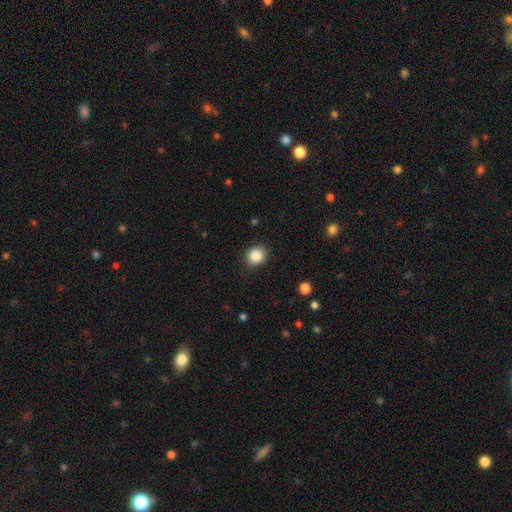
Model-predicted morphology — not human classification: Smooth or featured? smooth (86%)
How rounded? round (68%)
Merging? none (87%)